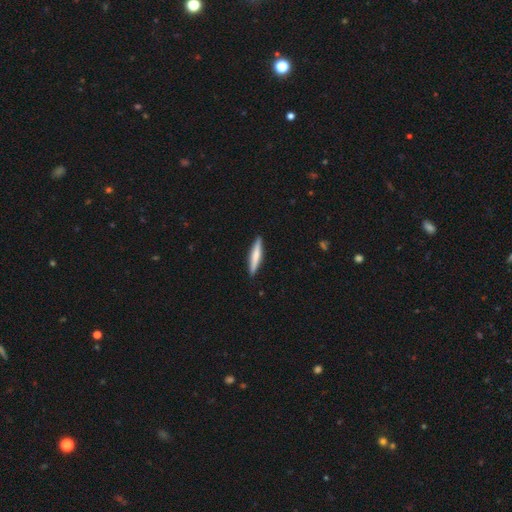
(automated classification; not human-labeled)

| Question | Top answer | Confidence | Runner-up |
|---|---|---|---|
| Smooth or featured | smooth | 58% | featured or disk (36%) |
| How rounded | cigar-shaped | 91% | in between (8%) |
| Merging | none | 91% | minor disturbance (7%) |